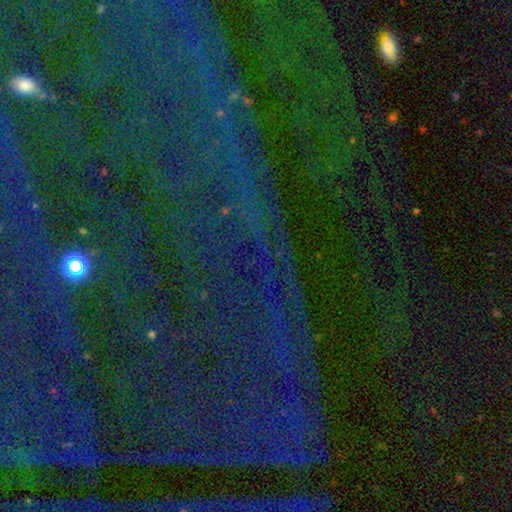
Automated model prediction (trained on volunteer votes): Smooth or featured? Predicted: star or artifact (p=0.83).